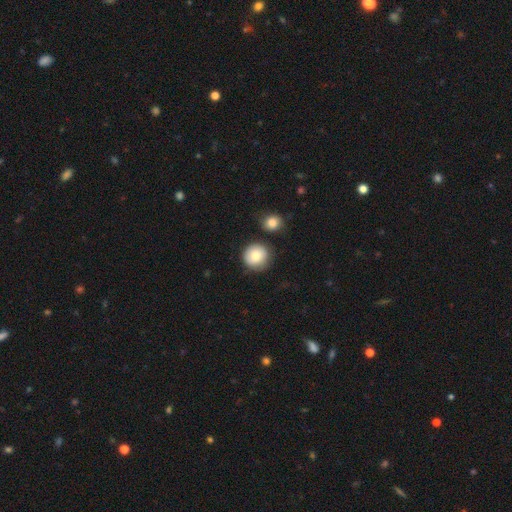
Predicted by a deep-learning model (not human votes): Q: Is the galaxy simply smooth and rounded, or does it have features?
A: smooth — 84%.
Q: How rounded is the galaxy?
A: round — 93%.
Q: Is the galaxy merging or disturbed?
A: none — 80%.